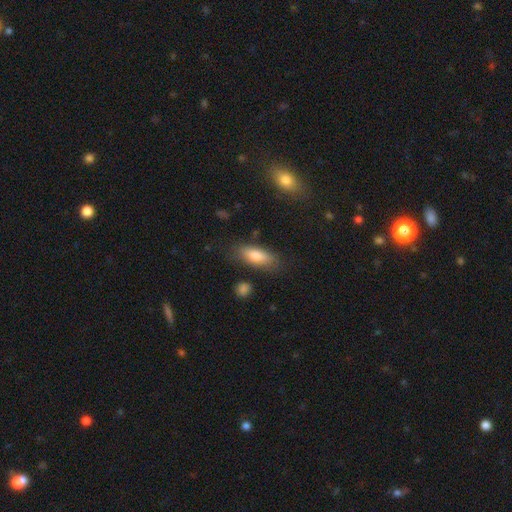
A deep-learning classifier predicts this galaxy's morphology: smooth 79%, featured or disk 14%, star or artifact 7%. Down the decision tree: how rounded — in between (73%); merging — none (78%).